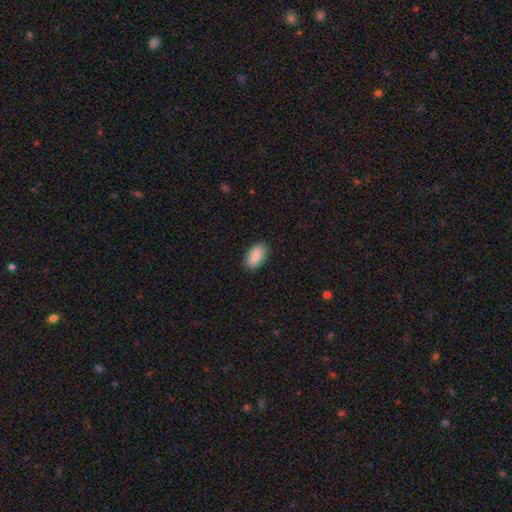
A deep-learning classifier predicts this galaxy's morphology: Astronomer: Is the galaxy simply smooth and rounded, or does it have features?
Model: smooth — 88%.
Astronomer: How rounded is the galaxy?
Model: in between — 94%.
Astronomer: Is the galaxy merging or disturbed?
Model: none — 89%.